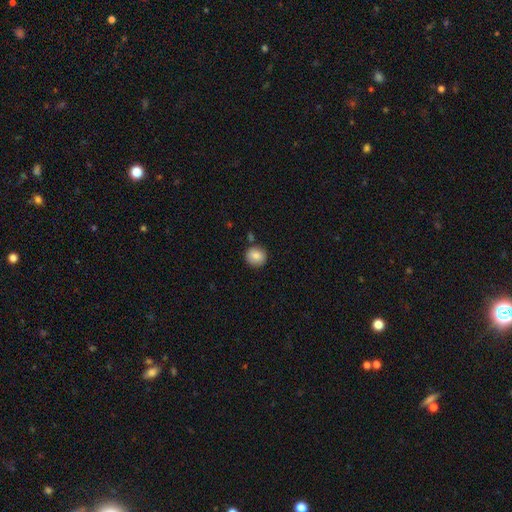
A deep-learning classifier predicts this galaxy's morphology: smooth 86%, star or artifact 8%, featured or disk 6%. Down the decision tree: how rounded — round (88%); merging — none (83%).